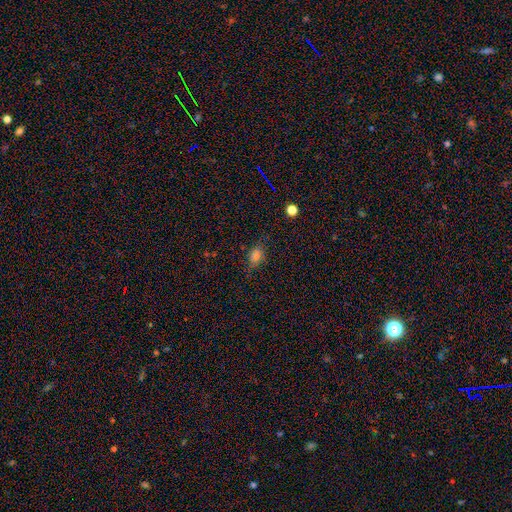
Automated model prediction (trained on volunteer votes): This appears to be a smooth galaxy with no disk features (77%) that is in between round and cigar-shaped (74%). Merging: none (70%).